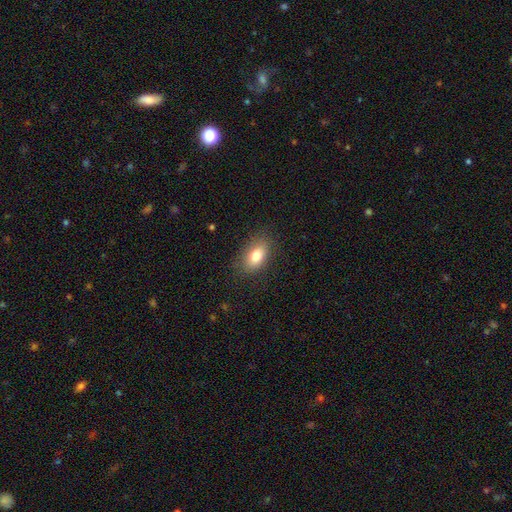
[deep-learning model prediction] Overall: smooth (80%). How rounded: in between (88%). Merging: none (84%).